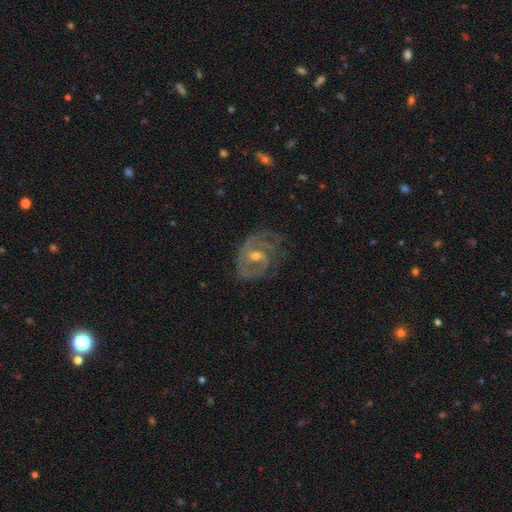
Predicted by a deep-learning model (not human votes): A featured or disk galaxy (85%) with a weak bar (48%), 2 (42%) tight (50%) spiral arms (94%) and a moderate central bulge (52%). Merging: none (61%).